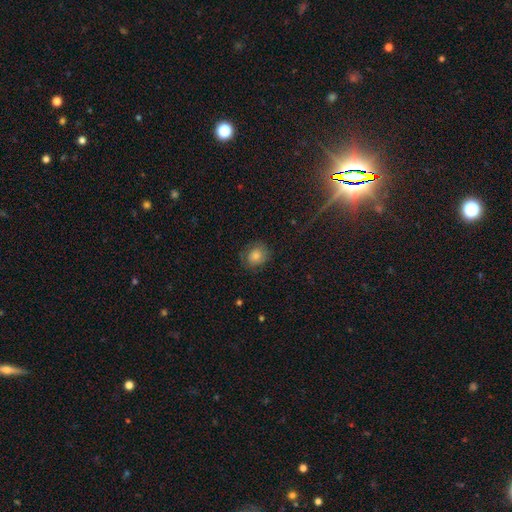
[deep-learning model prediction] Q: Smooth or featured?
A: smooth (67%); runner-up: featured or disk (19%)
Q: How rounded?
A: round (70%); runner-up: in between (29%)
Q: Merging?
A: none (73%); runner-up: minor disturbance (18%)